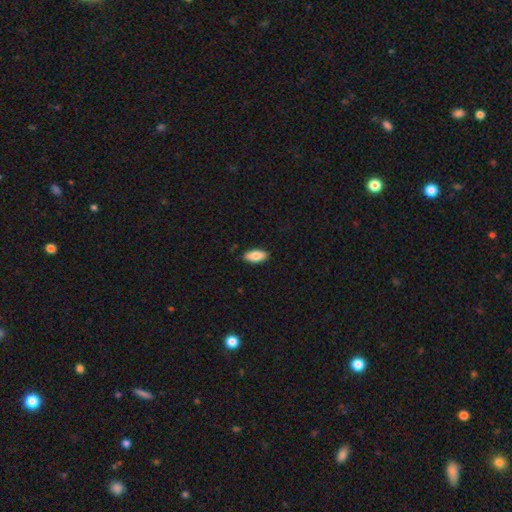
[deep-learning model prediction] smooth 83%, featured or disk 10%, star or artifact 6%. Down the decision tree: how rounded — in between (89%); merging — none (88%).